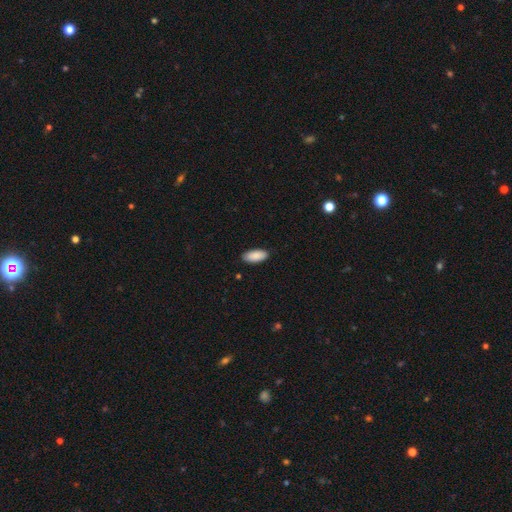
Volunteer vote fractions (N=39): Overall: smooth (97%). How rounded: in between (89%). Merging: none (89%).